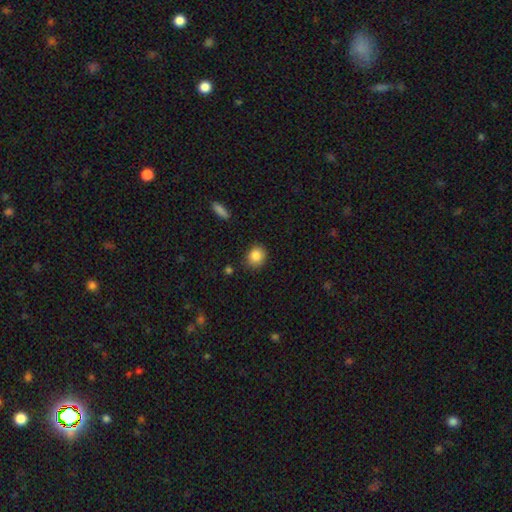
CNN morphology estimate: A smooth galaxy with no disk features (86%) that is round (71%).

Vote fractions:
- Smooth or featured? smooth: 86% / star or artifact: 9% / featured or disk: 5%
- How rounded? round: 71% / in between: 28% / cigar-shaped: 1%
- Merging? none: 85% / minor disturbance: 11% / major disturbance: 2% / merger: 2%